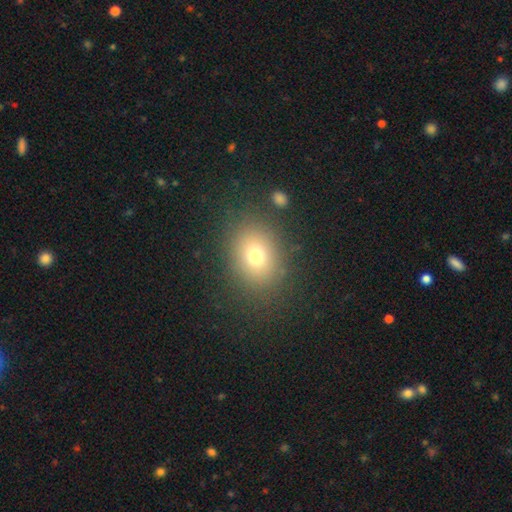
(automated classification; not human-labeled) A smooth galaxy with no disk features (73%) that is in between round and cigar-shaped (56%).

Vote fractions:
- Smooth or featured? smooth: 73% / star or artifact: 15% / featured or disk: 12%
- How rounded? in between: 56% / round: 43% / cigar-shaped: 1%
- Merging? none: 84% / minor disturbance: 9% / major disturbance: 4% / merger: 2%